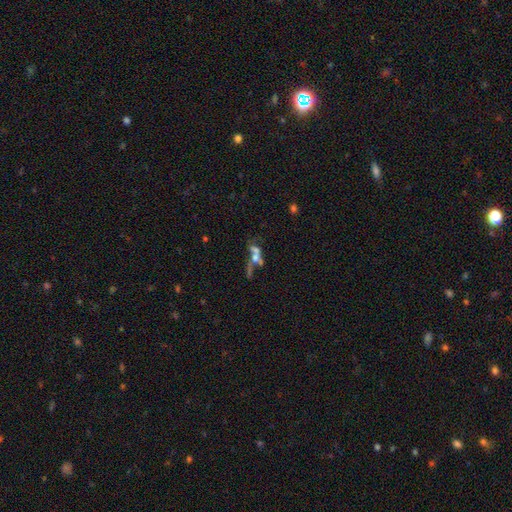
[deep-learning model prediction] Morphology: type=featured or disk (48%); merging=merger (54%).